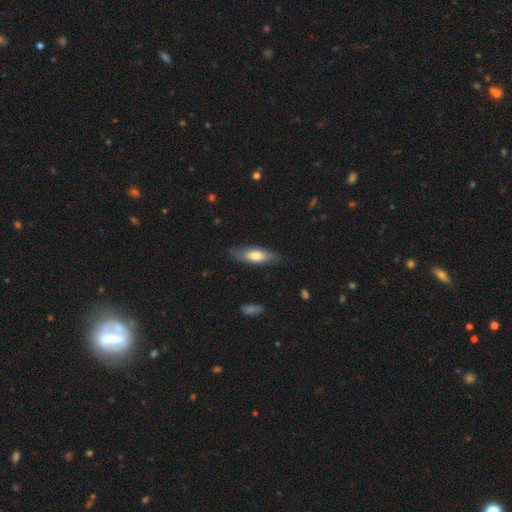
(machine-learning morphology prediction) smooth-or-featured: smooth: 66% | featured or disk: 28% | star or artifact: 6%
  how-rounded: in between: 52% | cigar-shaped: 46% | round: 2%
  merging: none: 80% | minor disturbance: 16% | major disturbance: 3% | merger: 1%